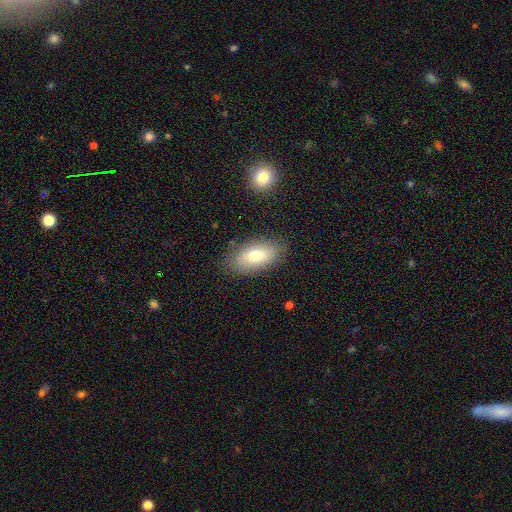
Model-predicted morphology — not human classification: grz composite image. It shows a smooth galaxy with no disk features (73%) that is in between round and cigar-shaped (90%). Merging: none (82%).